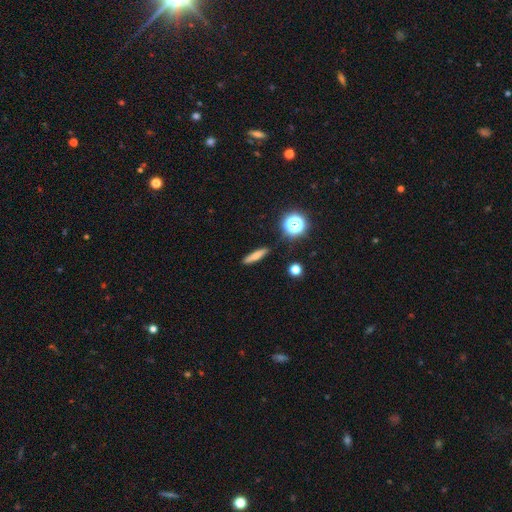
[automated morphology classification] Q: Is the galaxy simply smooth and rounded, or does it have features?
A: smooth — 67%.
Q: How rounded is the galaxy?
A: cigar-shaped — 78%.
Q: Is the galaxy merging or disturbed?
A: none — 88%.